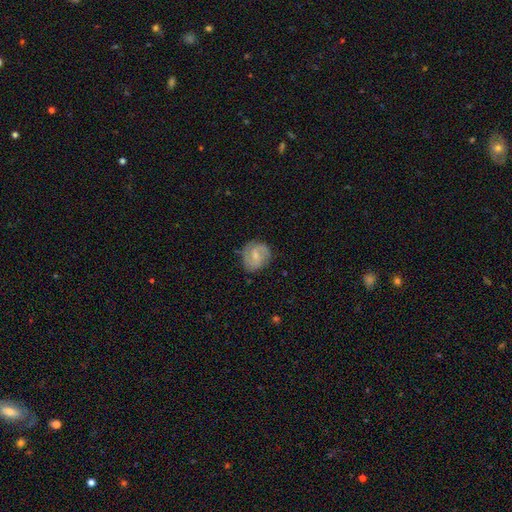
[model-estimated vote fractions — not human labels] This appears to be a featured or disk galaxy (62%) with a weak bar (56%), 2 (78%) medium (47%) spiral arms (89%) and a small central bulge (50%). Merging: none (71%).